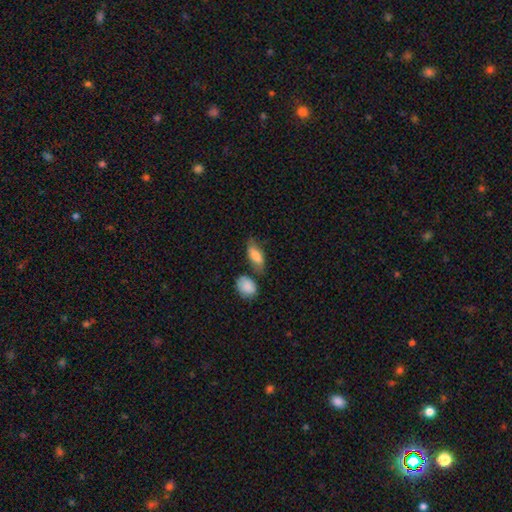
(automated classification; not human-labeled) A smooth galaxy with no disk features (77%) that is in between round and cigar-shaped (81%).

Vote fractions:
- Smooth or featured? smooth: 77% / featured or disk: 16% / star or artifact: 7%
- How rounded? in between: 81% / cigar-shaped: 15% / round: 4%
- Merging? none: 56% / minor disturbance: 24% / merger: 14% / major disturbance: 7%